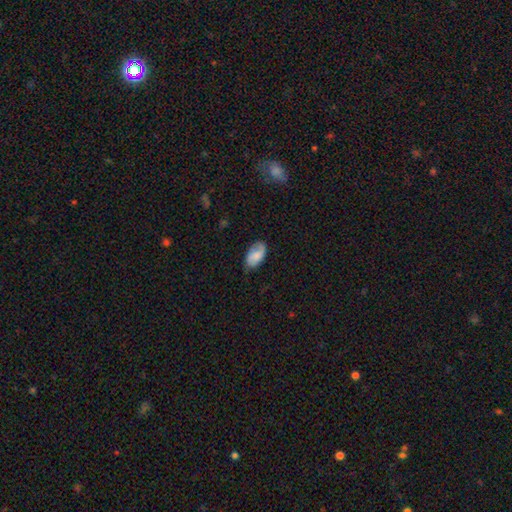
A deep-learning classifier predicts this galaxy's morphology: Q: Smooth or featured?
A: smooth (71%); runner-up: featured or disk (22%)
Q: How rounded?
A: in between (94%); runner-up: round (4%)
Q: Merging?
A: none (65%); runner-up: minor disturbance (27%)